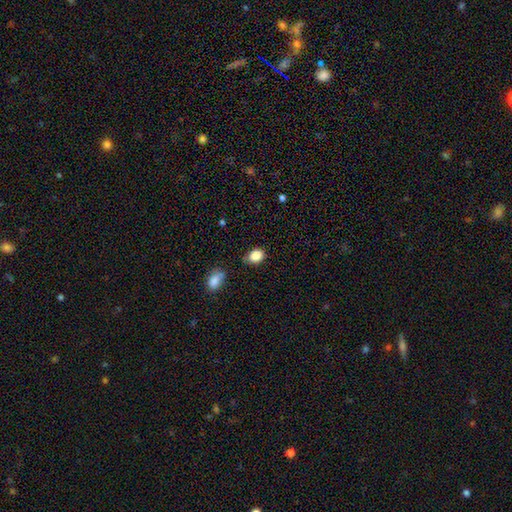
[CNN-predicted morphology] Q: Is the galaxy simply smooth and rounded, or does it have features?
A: smooth — 86%.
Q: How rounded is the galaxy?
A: in between — 65%.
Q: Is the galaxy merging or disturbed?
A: none — 72%.